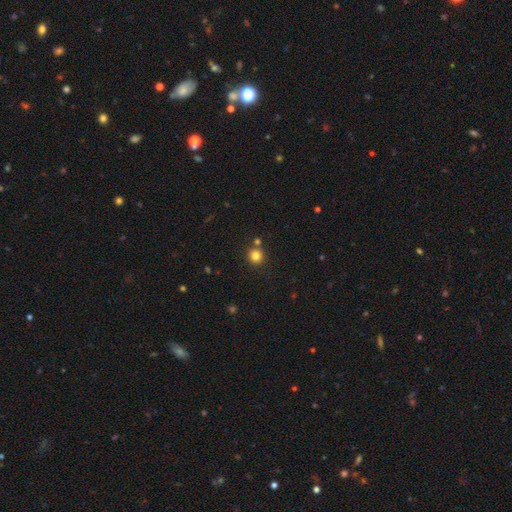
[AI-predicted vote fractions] A smooth galaxy with no disk features (81%) that is round (93%). Merging: none (82%).